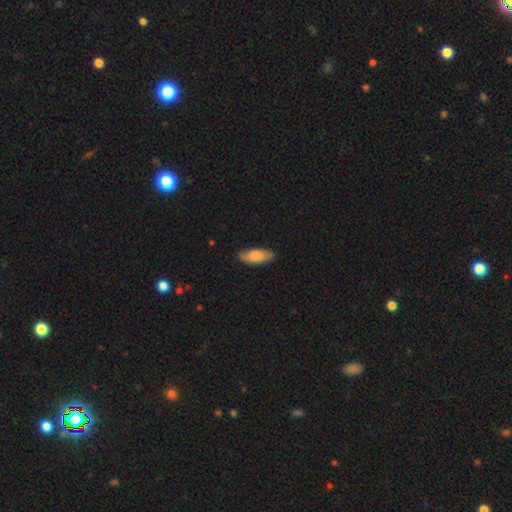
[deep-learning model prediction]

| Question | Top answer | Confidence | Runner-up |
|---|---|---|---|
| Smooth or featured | smooth | 79% | featured or disk (15%) |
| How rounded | in between | 67% | cigar-shaped (31%) |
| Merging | none | 82% | minor disturbance (15%) |